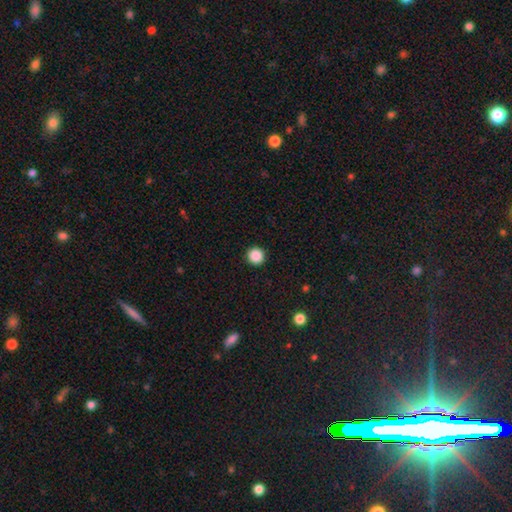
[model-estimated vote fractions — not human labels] A smooth galaxy with no disk features (88%) that is round (95%).

Vote fractions:
- Smooth or featured? smooth: 88% / star or artifact: 10% / featured or disk: 2%
- How rounded? round: 95% / in between: 4% / cigar-shaped: 1%
- Merging? none: 93% / minor disturbance: 4% / major disturbance: 1% / merger: 1%